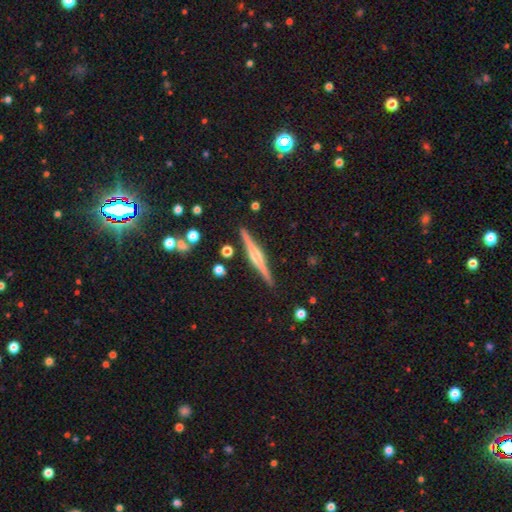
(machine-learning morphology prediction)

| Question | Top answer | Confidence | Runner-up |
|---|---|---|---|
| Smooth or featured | featured or disk | 78% | smooth (16%) |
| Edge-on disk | yes | 98% | no (2%) |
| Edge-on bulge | rounded | 84% | boxy (10%) |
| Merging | none | 91% | minor disturbance (7%) |